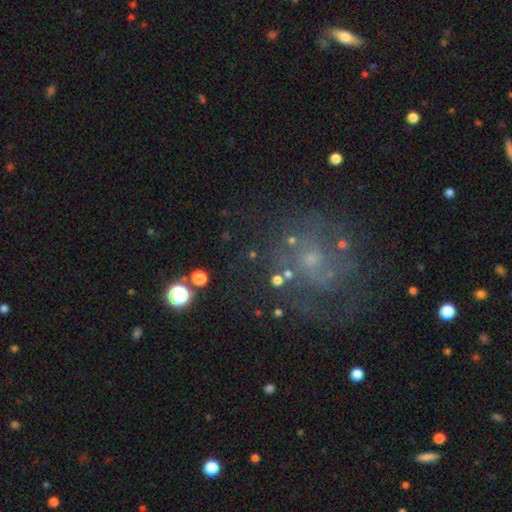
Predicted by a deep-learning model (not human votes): This appears to be a featured or disk galaxy (54%) with no bar (84%), spiral arms (58%) and a small central bulge (65%). Merging: none (61%).